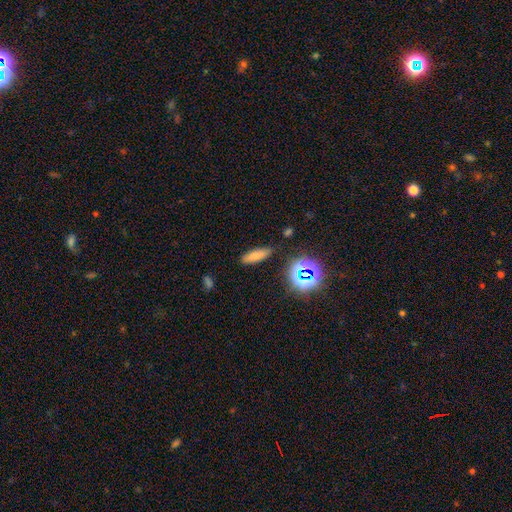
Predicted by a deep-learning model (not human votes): Smooth or featured? Predicted: smooth (p=0.73). How rounded? Predicted: in between (p=0.51). Merging? Predicted: none (p=0.83).